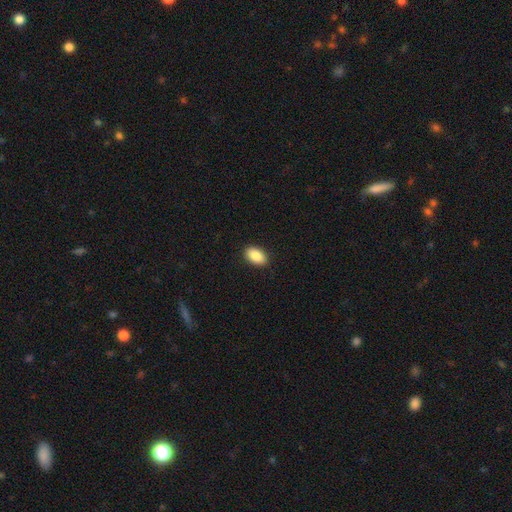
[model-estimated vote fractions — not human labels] Morphology: type=smooth (88%); roundness=in between (92%); merging=none (90%).